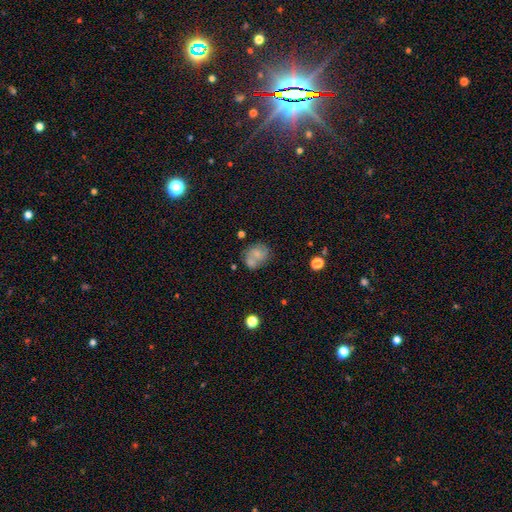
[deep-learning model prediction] smooth-or-featured: smooth: 62% | featured or disk: 27% | star or artifact: 11%
  how-rounded: round: 56% | in between: 43% | cigar-shaped: 1%
  merging: none: 46% | merger: 28% | minor disturbance: 18% | major disturbance: 8%